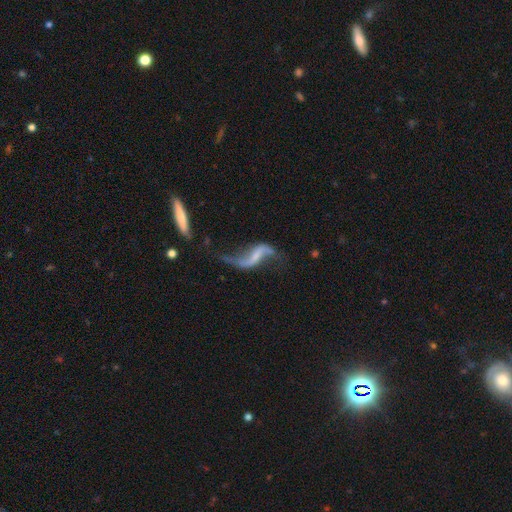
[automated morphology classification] A featured or disk galaxy (87%) with a weak bar (41%), 2 (91%) loose (94%) spiral arms (93%) and no central bulge (46%).

Vote fractions:
- Smooth or featured? featured or disk: 87% / smooth: 7% / star or artifact: 6%
- Edge-on disk? no: 95% / yes: 5%
- Bar? weak: 41% / strong: 31% / no: 28%
- Spiral arms? yes: 93% / no: 7%
- Spiral winding? loose: 94% / medium: 5% / tight: 2%
- Spiral arm count? 2: 91% / 1: 4% / can't tell: 2% / 3: 1% / 4: 1% / more than 4: 1%
- Bulge size? none: 46% / small: 38% / moderate: 13% / large: 2% / dominant: 1%
- Merging? none: 57% / major disturbance: 19% / minor disturbance: 17% / merger: 7%